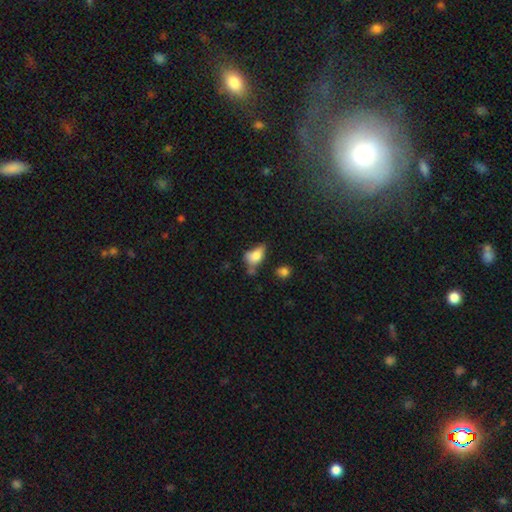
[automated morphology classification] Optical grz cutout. It shows a smooth galaxy with no disk features (71%) that is in between round and cigar-shaped (83%). Merging: minor disturbance (33%).